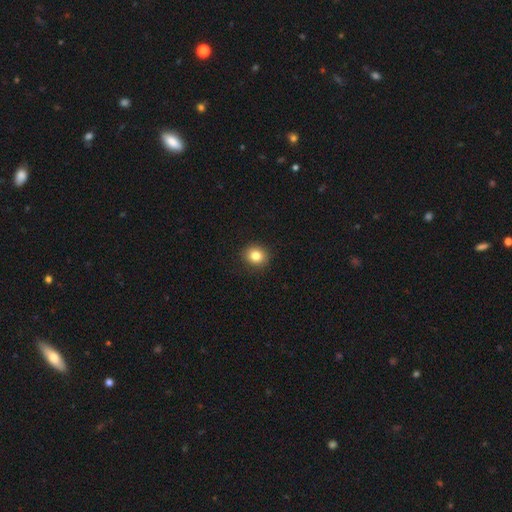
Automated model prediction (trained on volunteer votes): The model was most divided on "how rounded": round: 79%, in between: 20%, cigar-shaped: 1%. More confident: merging — none (91%); smooth or featured — smooth (83%).